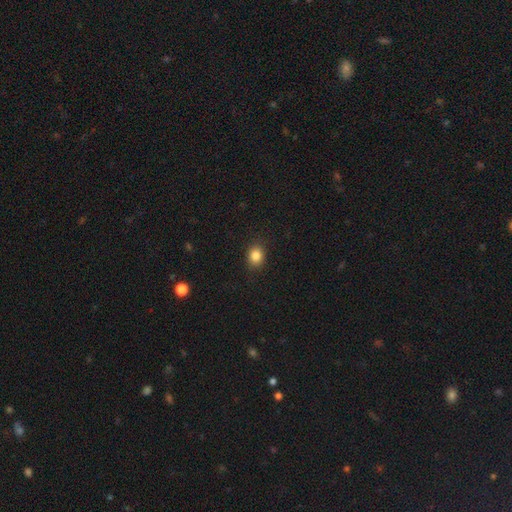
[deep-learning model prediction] smooth_or_featured: smooth (p=0.84) [alt: star or artifact p=0.11]
how_rounded: round (p=0.60) [alt: in between p=0.39]
merging: none (p=0.89) [alt: minor disturbance p=0.08]